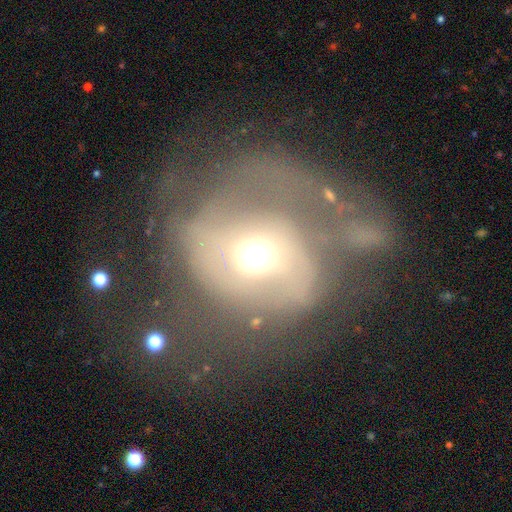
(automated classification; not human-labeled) Smooth or featured? Predicted: featured or disk (p=0.68). Edge-on disk? Predicted: no (p=0.97). Bar? Predicted: no (p=0.65). Spiral arms? Predicted: yes (p=0.67). Bulge size? Predicted: moderate (p=0.68). Merging? Predicted: major disturbance (p=0.45).